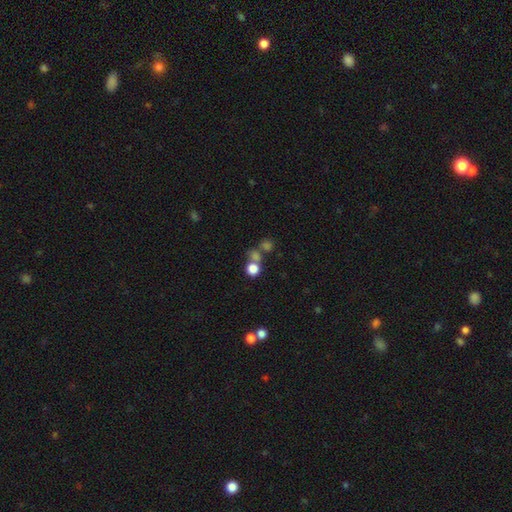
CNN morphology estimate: Smooth or featured? Predicted: smooth (p=0.47). Merging? Predicted: none (p=0.48).